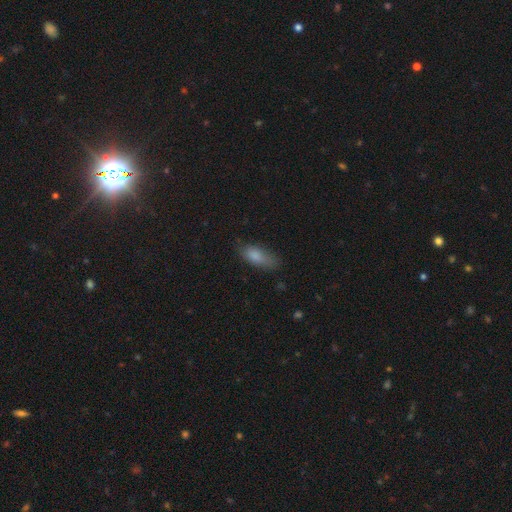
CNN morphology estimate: Q: Smooth or featured?
A: smooth (82%); runner-up: featured or disk (10%)
Q: How rounded?
A: in between (76%); runner-up: cigar-shaped (21%)
Q: Merging?
A: none (65%); runner-up: minor disturbance (26%)